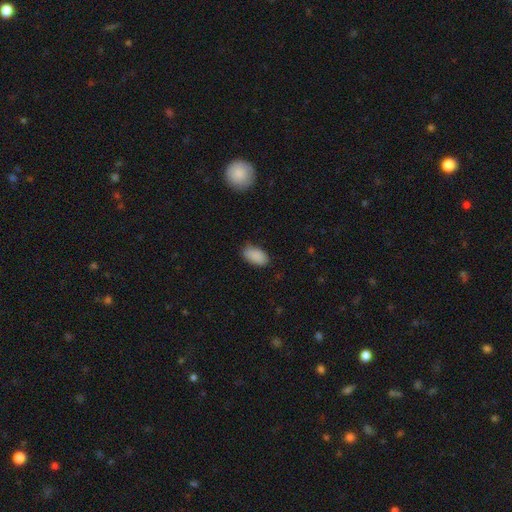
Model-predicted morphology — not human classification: type=smooth (89%); roundness=in between (94%); merging=none (80%).